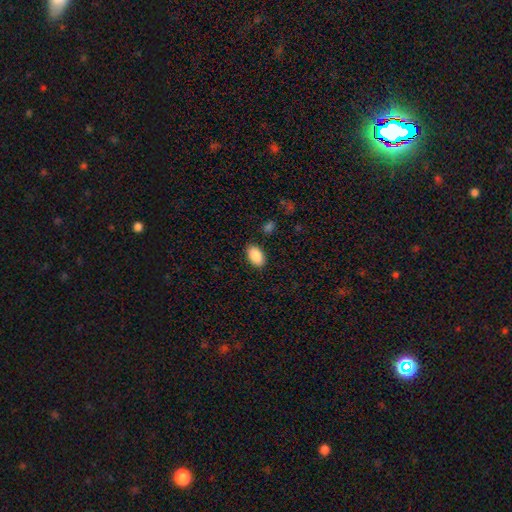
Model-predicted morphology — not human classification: Q: Smooth or featured?
A: smooth (89%); runner-up: star or artifact (7%)
Q: How rounded?
A: in between (94%); runner-up: round (4%)
Q: Merging?
A: none (87%); runner-up: minor disturbance (9%)